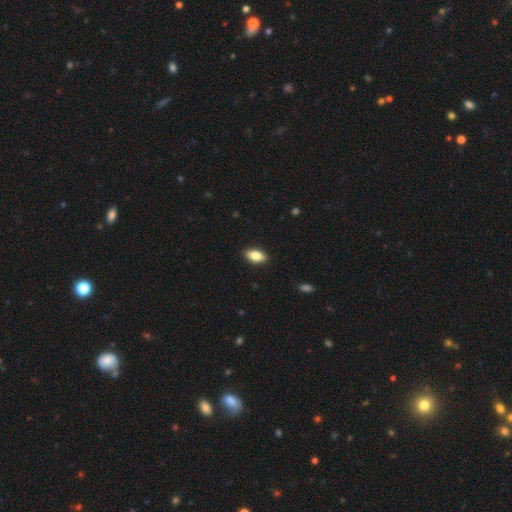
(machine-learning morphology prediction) smooth_or_featured: smooth (p=0.81) [alt: featured or disk p=0.12]
how_rounded: in between (p=0.89) [alt: cigar-shaped p=0.07]
merging: none (p=0.89) [alt: minor disturbance p=0.08]